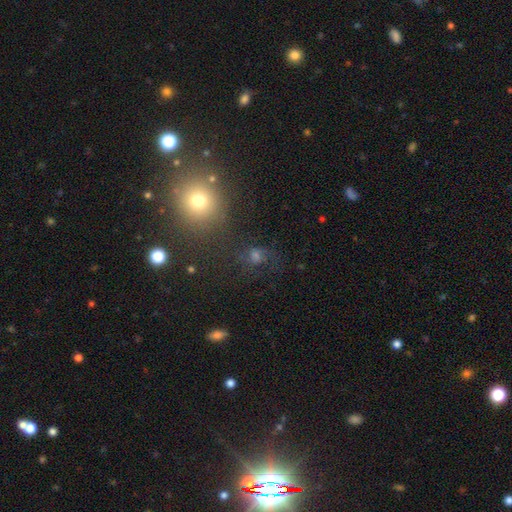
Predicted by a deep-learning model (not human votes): This appears to be a smooth galaxy with no disk features (47%). Merging: none (64%).